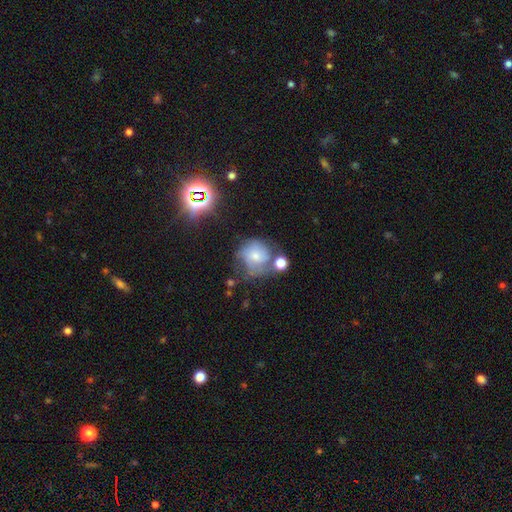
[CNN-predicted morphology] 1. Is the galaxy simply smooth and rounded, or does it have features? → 44% smooth, 43% featured or disk, 13% star or artifact.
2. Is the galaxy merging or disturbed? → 42% none, 23% minor disturbance, 18% major disturbance, 16% merger.